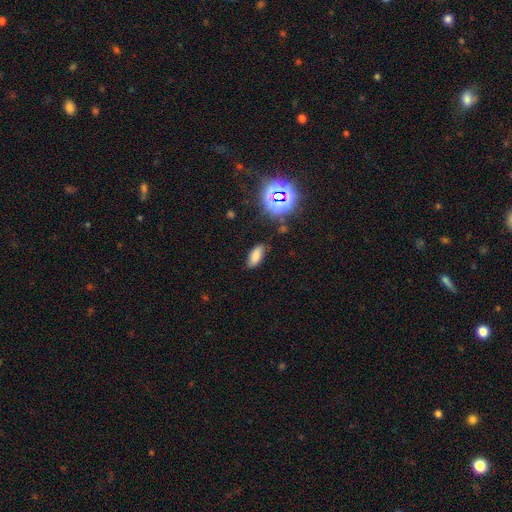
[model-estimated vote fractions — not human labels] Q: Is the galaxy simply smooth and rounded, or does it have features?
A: smooth — 74%.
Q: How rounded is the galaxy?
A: in between — 84%.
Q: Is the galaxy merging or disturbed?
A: none — 81%.